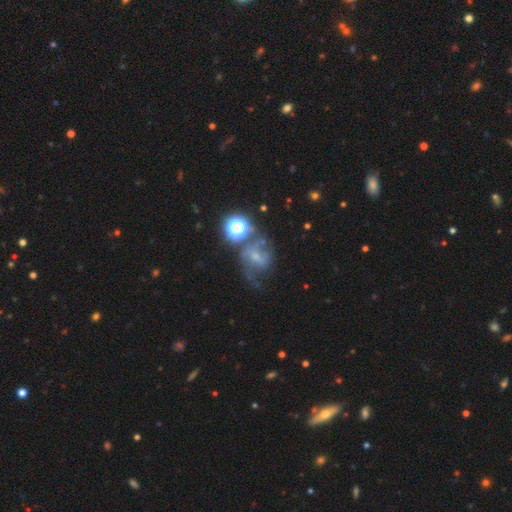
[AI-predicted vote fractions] A featured or disk galaxy (59%) with a weak bar (44%), spiral arms (82%) and a small central bulge (45%). Merging: none (34%).